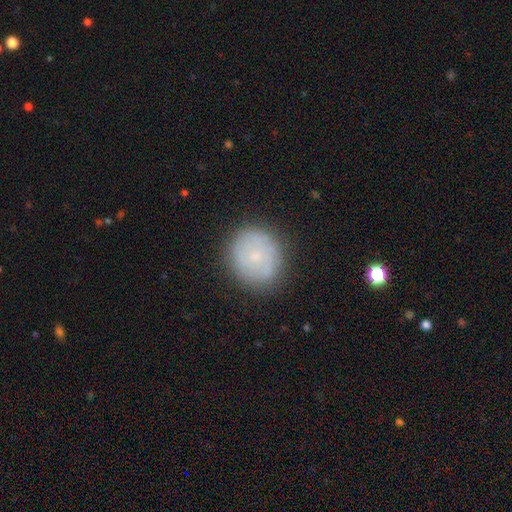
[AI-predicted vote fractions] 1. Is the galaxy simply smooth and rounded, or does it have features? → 50% smooth, 42% featured or disk, 9% star or artifact.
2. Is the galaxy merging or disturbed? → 80% none, 14% minor disturbance, 4% major disturbance, 1% merger.